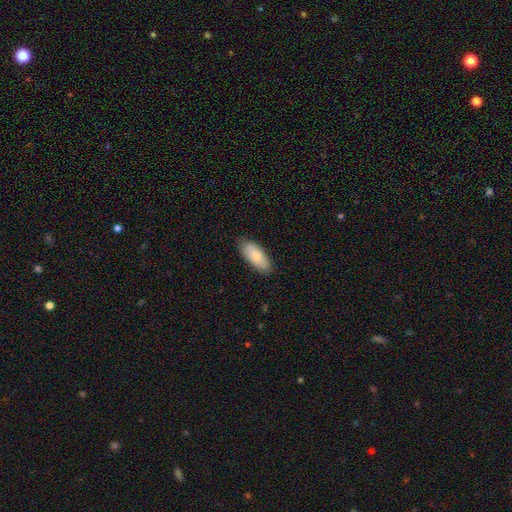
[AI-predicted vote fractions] Overall: smooth (82%). How rounded: in between (84%). Merging: none (83%).